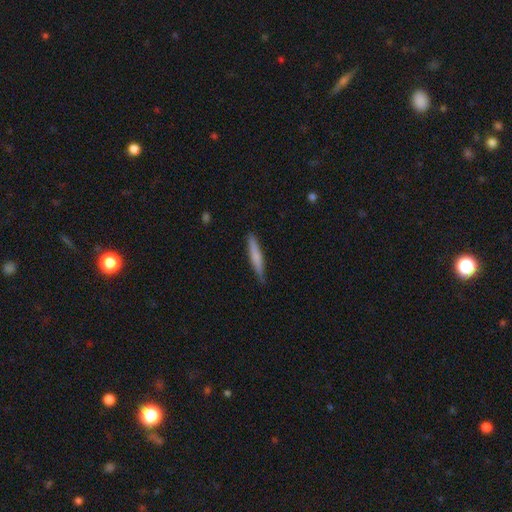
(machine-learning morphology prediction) This is likely a smooth galaxy (67%). How rounded: clearly cigar-shaped (94%). Merging: clearly none (86%).